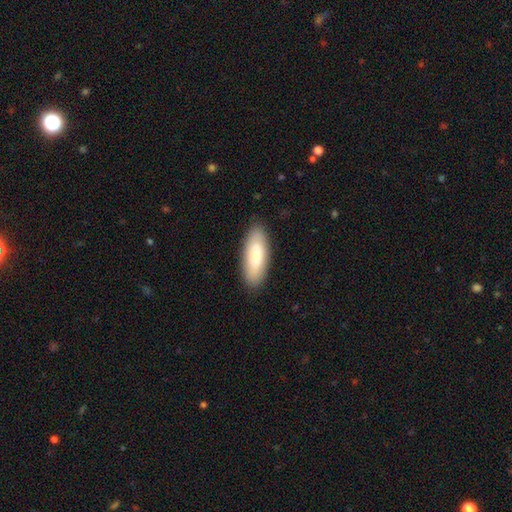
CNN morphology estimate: Smooth or featured?
  - smooth: 81% *
  - featured or disk: 14%
  - star or artifact: 6%
How rounded?
  - in between: 71% *
  - cigar-shaped: 27%
  - round: 2%
Merging?
  - none: 87% *
  - minor disturbance: 10%
  - major disturbance: 2%
  - merger: 1%